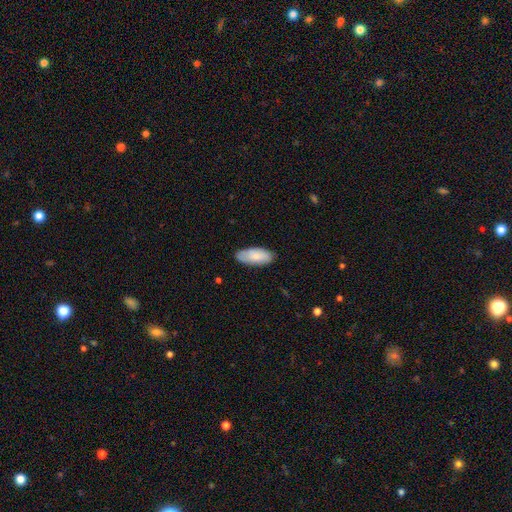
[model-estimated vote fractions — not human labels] Overall: smooth (82%). How rounded: in between (87%). Merging: none (81%).